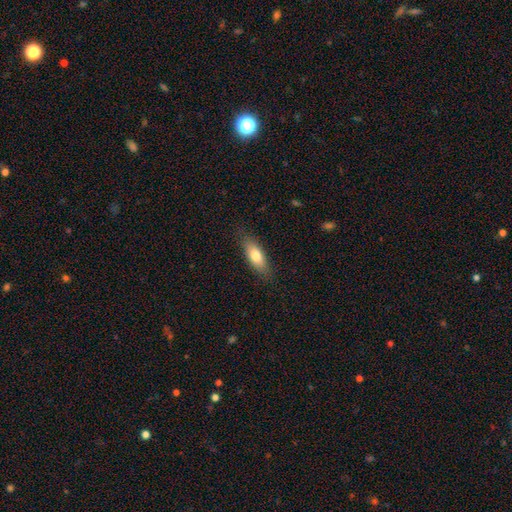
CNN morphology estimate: type=smooth (75%); roundness=in between (69%); merging=none (82%).